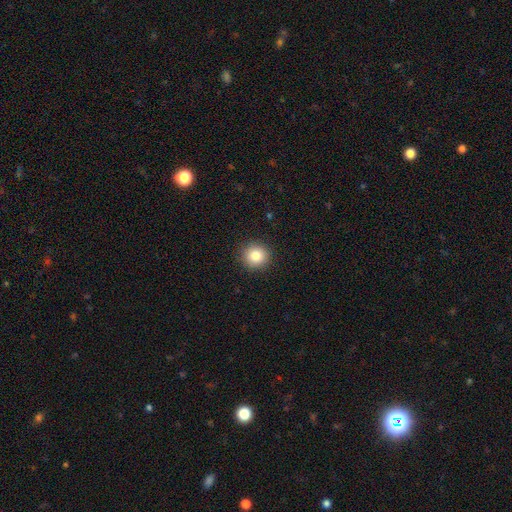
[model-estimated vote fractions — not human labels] smooth_or_featured: smooth (p=0.83) [alt: star or artifact p=0.10]
how_rounded: round (p=0.93) [alt: in between p=0.06]
merging: none (p=0.92) [alt: minor disturbance p=0.06]